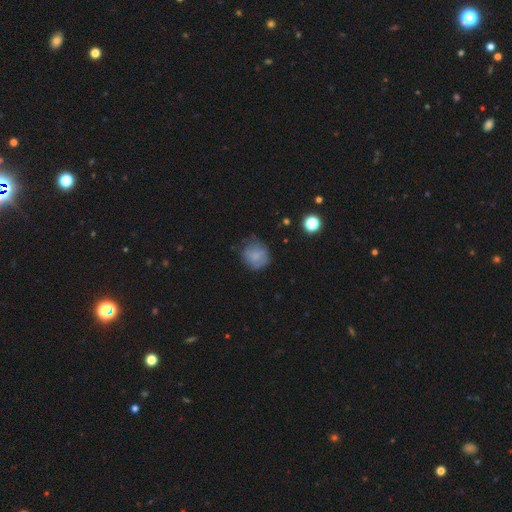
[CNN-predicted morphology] Smooth or featured? smooth (71%)
How rounded? round (83%)
Merging? none (62%)